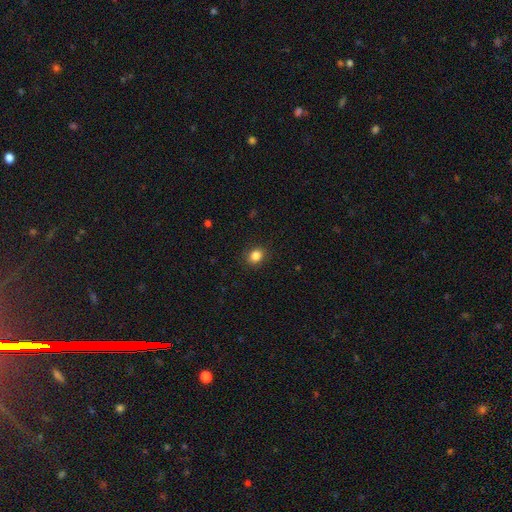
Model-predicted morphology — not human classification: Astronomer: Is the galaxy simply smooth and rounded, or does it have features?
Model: smooth — 84%.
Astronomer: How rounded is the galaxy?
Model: round — 65%.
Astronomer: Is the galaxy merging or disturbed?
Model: none — 88%.